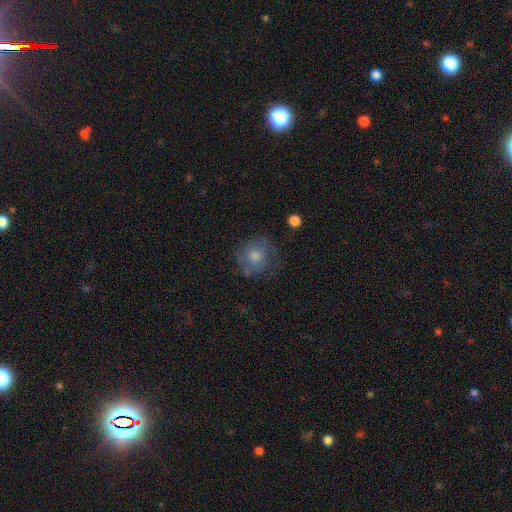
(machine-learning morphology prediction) type=smooth (51%); roundness=round (85%); merging=none (68%).